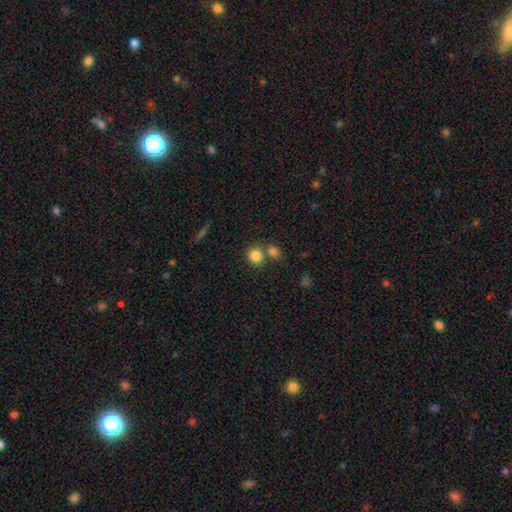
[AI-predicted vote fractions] A smooth galaxy with no disk features (83%) that is round (82%). Merging: none (59%).